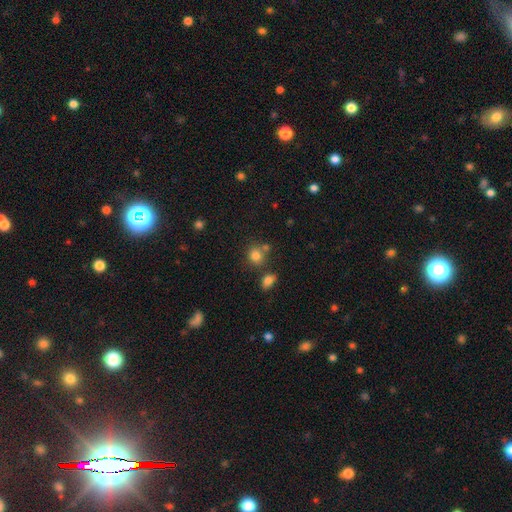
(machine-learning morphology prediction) type=smooth (81%); roundness=round (75%); merging=none (66%).